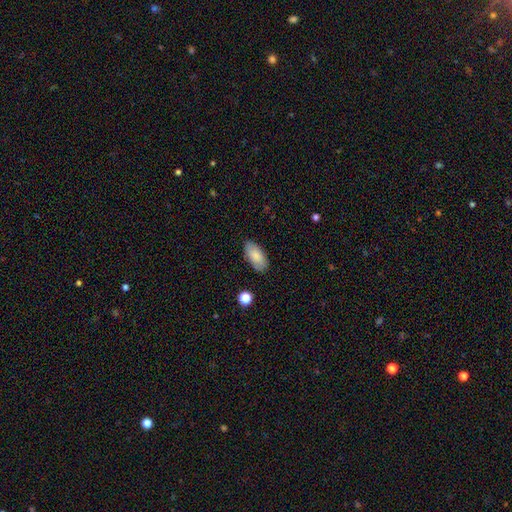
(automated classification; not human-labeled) Smooth or featured? Predicted: smooth (p=0.84). How rounded? Predicted: in between (p=0.93). Merging? Predicted: none (p=0.83).